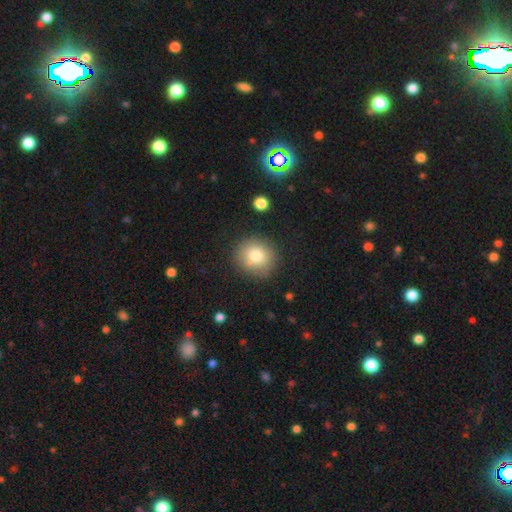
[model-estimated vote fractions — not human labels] This is likely a smooth galaxy (80%). How rounded: clearly round (90%). Merging: clearly none (84%).